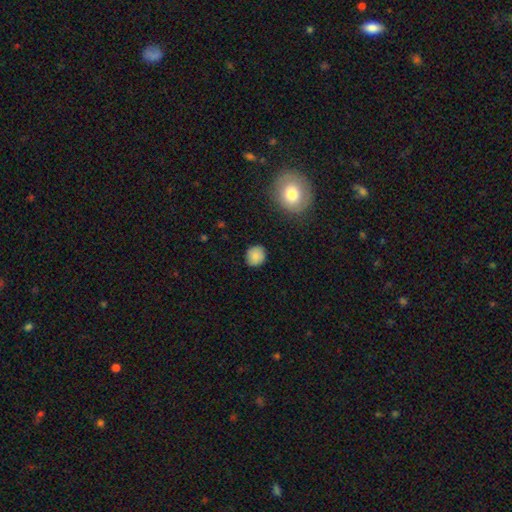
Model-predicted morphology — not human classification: The model was most divided on "how rounded": round: 83%, in between: 16%, cigar-shaped: 1%. More confident: merging — none (87%); smooth or featured — smooth (84%).